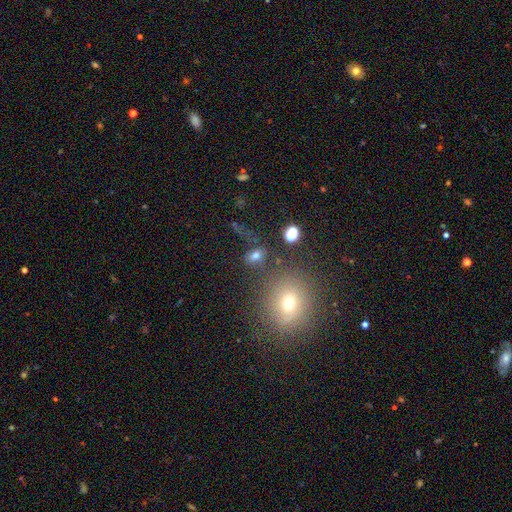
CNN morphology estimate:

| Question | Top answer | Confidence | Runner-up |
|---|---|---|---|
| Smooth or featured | smooth | 67% | star or artifact (20%) |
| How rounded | in between | 74% | round (22%) |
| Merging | none | 61% | minor disturbance (15%) |